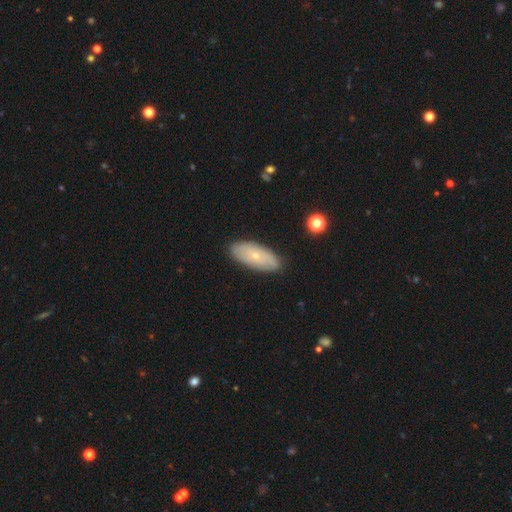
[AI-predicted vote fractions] smooth_or_featured: smooth (p=0.51) [alt: featured or disk p=0.42]
how_rounded: in between (p=0.86) [alt: cigar-shaped p=0.11]
merging: none (p=0.84) [alt: minor disturbance p=0.13]